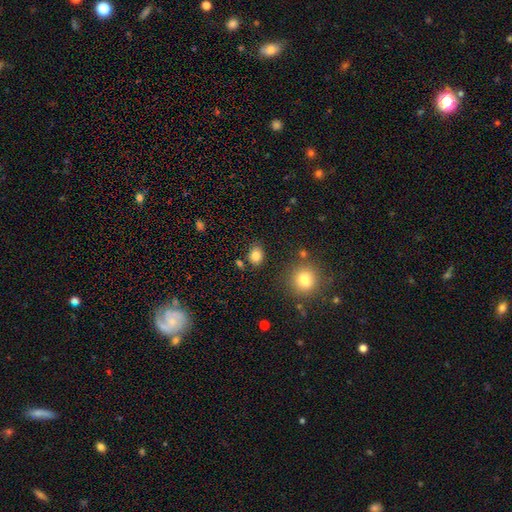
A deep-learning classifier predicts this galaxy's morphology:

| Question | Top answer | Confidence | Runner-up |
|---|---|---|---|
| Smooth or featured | smooth | 83% | star or artifact (11%) |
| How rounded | in between | 53% | round (46%) |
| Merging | none | 81% | minor disturbance (11%) |